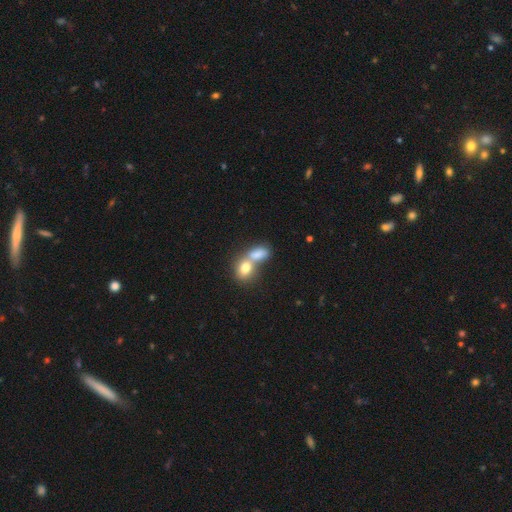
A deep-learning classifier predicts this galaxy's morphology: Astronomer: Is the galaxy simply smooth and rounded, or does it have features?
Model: smooth — 72%.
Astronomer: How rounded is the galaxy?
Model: in between — 57% (runner-up: round, 40%).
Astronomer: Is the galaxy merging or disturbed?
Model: merger — 71%.